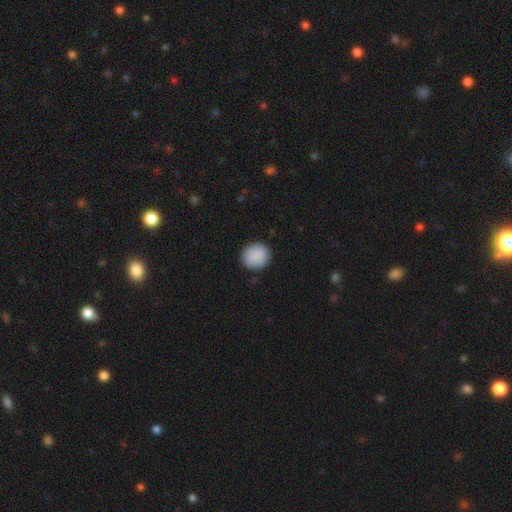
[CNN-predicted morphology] smooth-or-featured: smooth: 90% | star or artifact: 7% | featured or disk: 3%
  how-rounded: round: 78% | in between: 21% | cigar-shaped: 1%
  merging: none: 90% | minor disturbance: 7% | major disturbance: 2% | merger: 1%